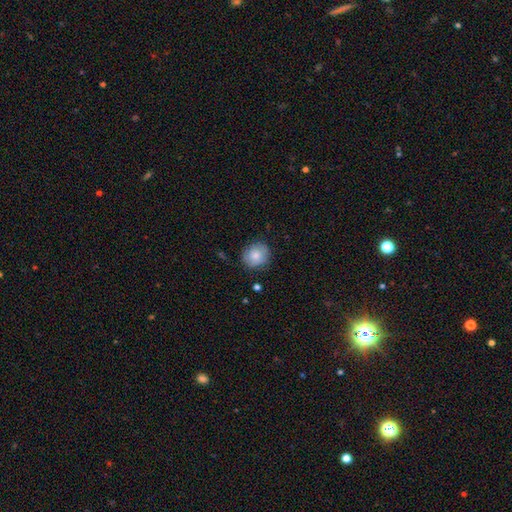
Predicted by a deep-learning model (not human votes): smooth_or_featured: smooth (p=0.78) [alt: featured or disk p=0.15]
how_rounded: round (p=0.79) [alt: in between p=0.20]
merging: none (p=0.81) [alt: minor disturbance p=0.14]